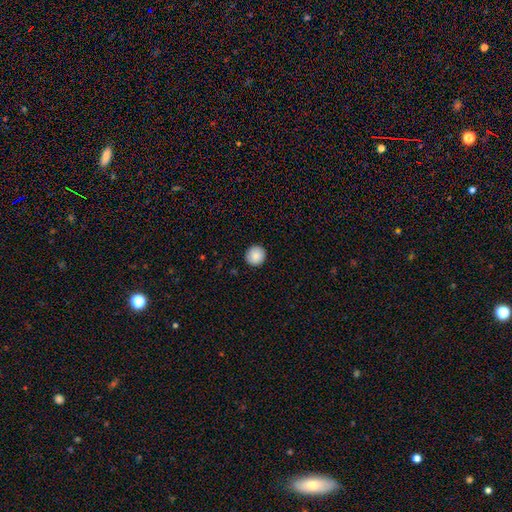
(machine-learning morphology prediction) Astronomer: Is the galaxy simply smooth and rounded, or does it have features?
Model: smooth — 87%.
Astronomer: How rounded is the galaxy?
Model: round — 94%.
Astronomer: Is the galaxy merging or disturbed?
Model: none — 91%.